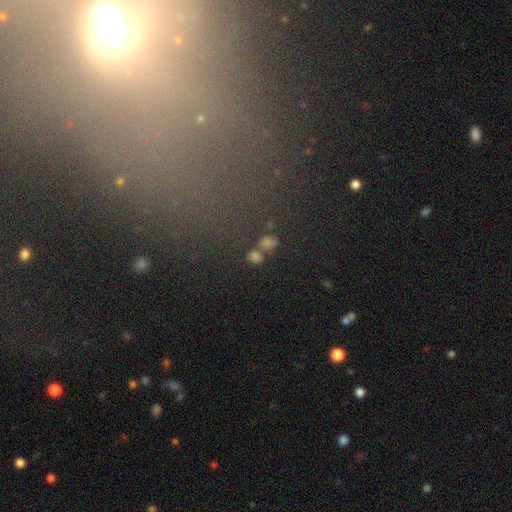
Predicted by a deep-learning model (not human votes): Overall: smooth (59%; star or artifact 30%). How rounded: round (60%; in between 37%). Merging: none (60%; merger 21%).